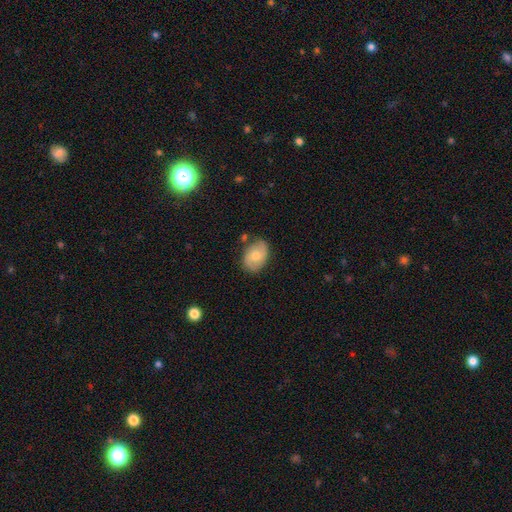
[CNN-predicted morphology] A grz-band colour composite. It shows a smooth galaxy with no disk features (61%) that is in between round and cigar-shaped (78%). Merging: none (75%).